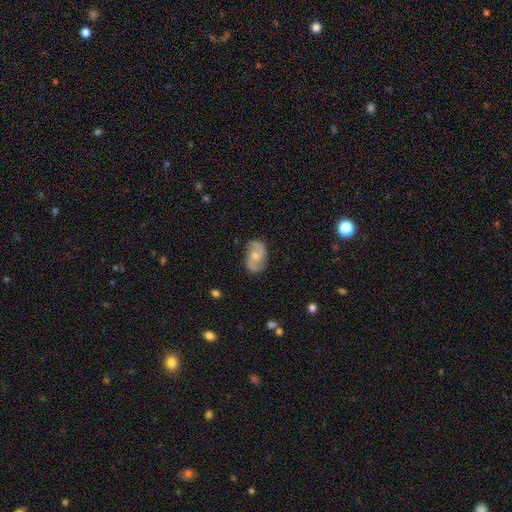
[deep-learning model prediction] Smooth or featured: featured or disk — 68% (smooth — 26%)
Edge-on disk: no — 96% (yes — 4%)
Bar: no — 62% (weak — 33%)
Spiral arms: yes — 91% (no — 9%)
Spiral winding: medium — 46% (loose — 33%)
Spiral arm count: 2 — 89% (can't tell — 6%)
Bulge size: moderate — 56% (small — 36%)
Merging: none — 80% (minor disturbance — 15%)